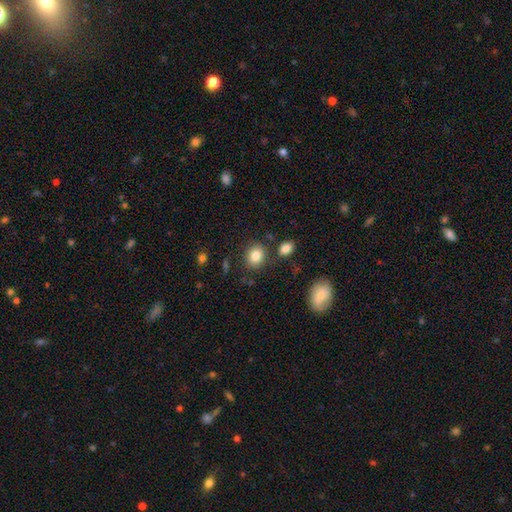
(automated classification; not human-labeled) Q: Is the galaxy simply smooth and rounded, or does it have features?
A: smooth — 83%.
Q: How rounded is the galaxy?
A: round — 58%.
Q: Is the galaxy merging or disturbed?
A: none — 80%.